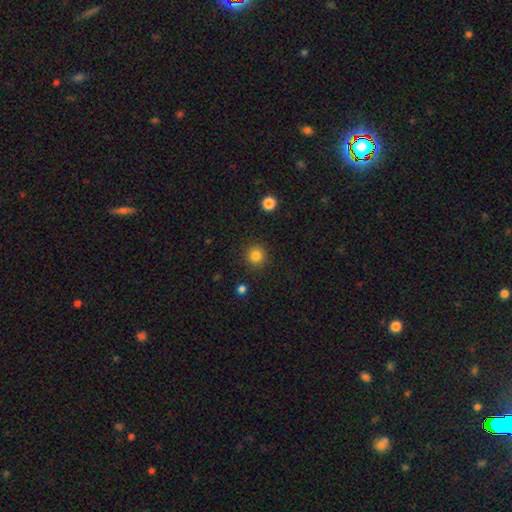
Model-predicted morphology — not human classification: smooth_or_featured: smooth (p=0.84) [alt: star or artifact p=0.12]
how_rounded: round (p=0.94) [alt: in between p=0.05]
merging: none (p=0.91) [alt: minor disturbance p=0.06]